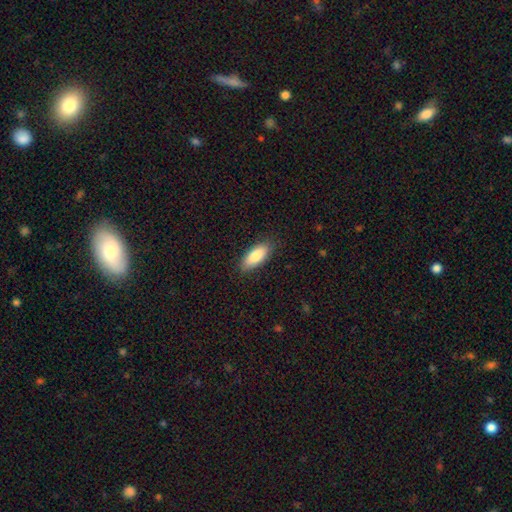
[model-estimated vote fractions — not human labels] A smooth galaxy with no disk features (84%) that is in between round and cigar-shaped (81%).

Vote fractions:
- Smooth or featured? smooth: 84% / featured or disk: 10% / star or artifact: 6%
- How rounded? in between: 81% / cigar-shaped: 17% / round: 2%
- Merging? none: 86% / minor disturbance: 10% / major disturbance: 2% / merger: 1%